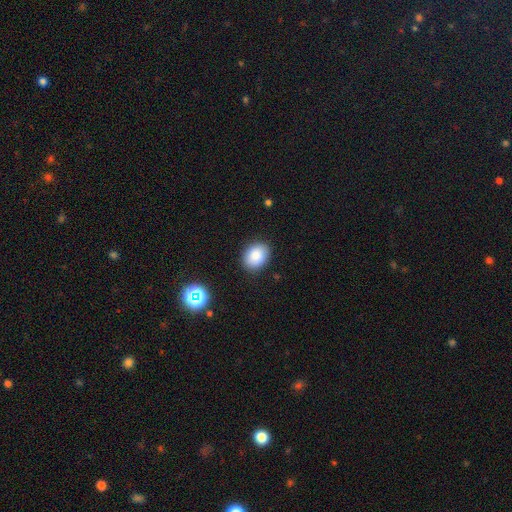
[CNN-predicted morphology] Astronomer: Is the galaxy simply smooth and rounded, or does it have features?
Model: smooth — 85%.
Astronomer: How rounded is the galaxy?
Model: in between — 62%.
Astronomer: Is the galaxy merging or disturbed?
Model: none — 88%.